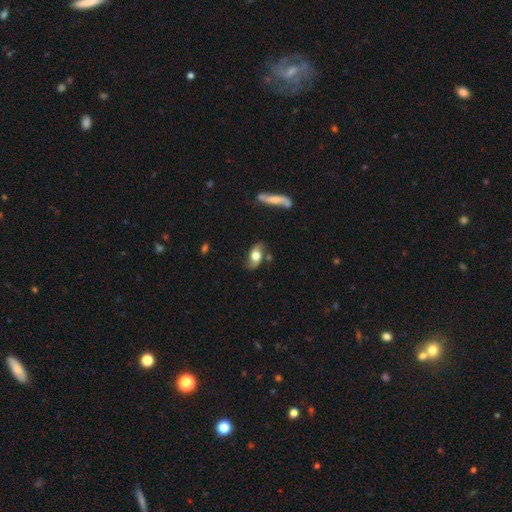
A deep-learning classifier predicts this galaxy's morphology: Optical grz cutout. It shows a smooth galaxy with no disk features (55%) that is in between round and cigar-shaped (85%). Merging: none (67%).